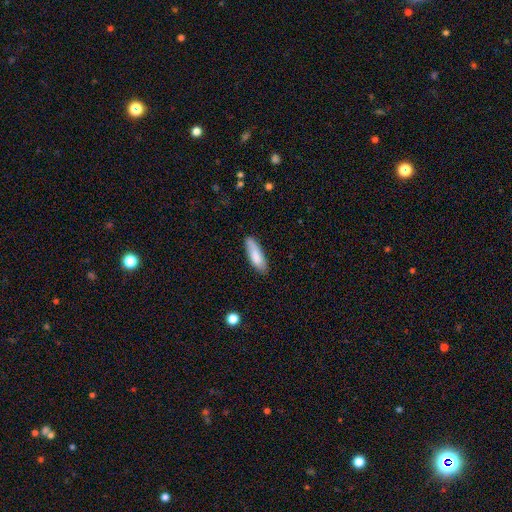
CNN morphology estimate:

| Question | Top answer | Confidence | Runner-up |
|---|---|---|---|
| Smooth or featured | smooth | 82% | featured or disk (12%) |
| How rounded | in between | 51% | cigar-shaped (47%) |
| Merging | none | 80% | minor disturbance (16%) |